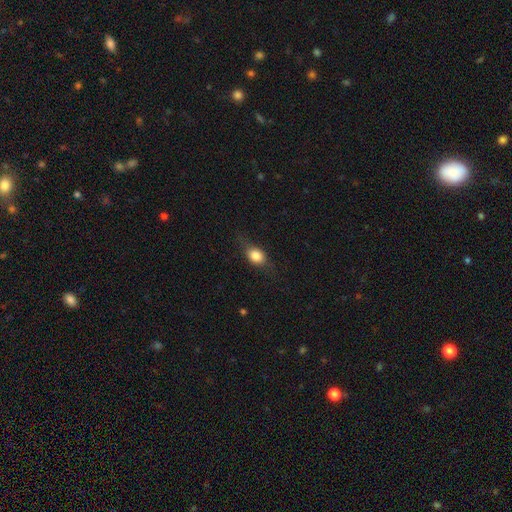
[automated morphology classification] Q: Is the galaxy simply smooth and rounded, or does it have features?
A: smooth — 75%.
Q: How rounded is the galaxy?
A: in between — 56%.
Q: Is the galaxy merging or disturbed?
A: none — 66%.